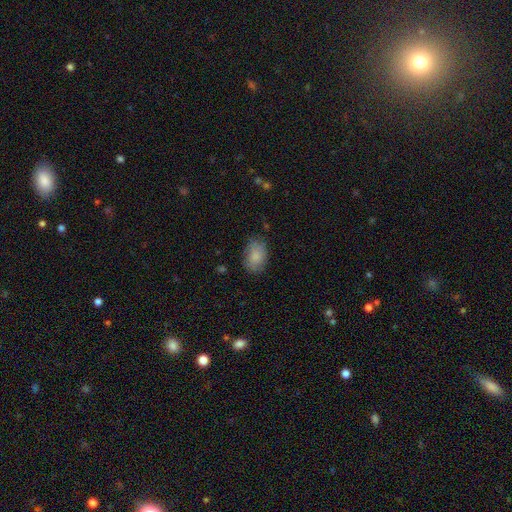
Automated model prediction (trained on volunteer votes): A smooth galaxy with no disk features (83%) that is in between round and cigar-shaped (81%). Merging: none (75%).